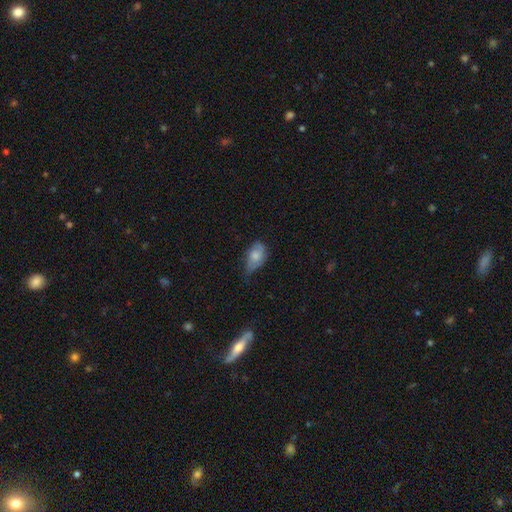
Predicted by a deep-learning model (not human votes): Overall: smooth (71%). How rounded: in between (87%). Merging: minor disturbance (48%; none 33%).